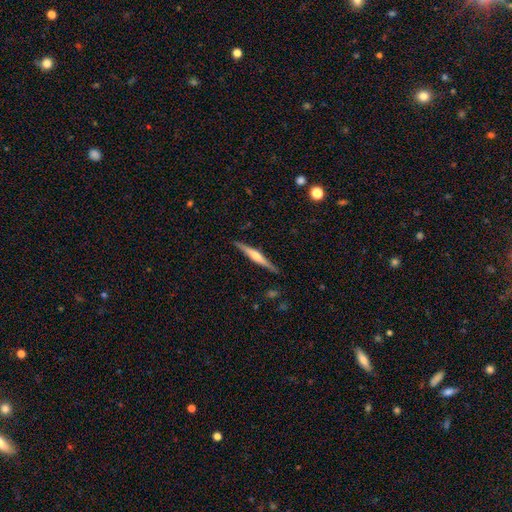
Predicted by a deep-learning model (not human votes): Morphology: type=featured or disk (67%); edge-on=yes (98%); edge-on bulge=rounded (76%); merging=none (89%).